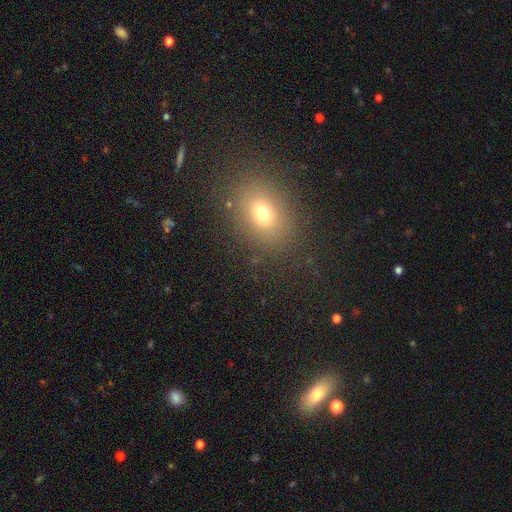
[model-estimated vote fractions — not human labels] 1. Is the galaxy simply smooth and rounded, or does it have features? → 65% smooth, 24% star or artifact, 11% featured or disk.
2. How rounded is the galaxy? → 61% in between, 37% round, 2% cigar-shaped.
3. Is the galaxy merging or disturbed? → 87% none, 8% minor disturbance, 3% major disturbance, 2% merger.